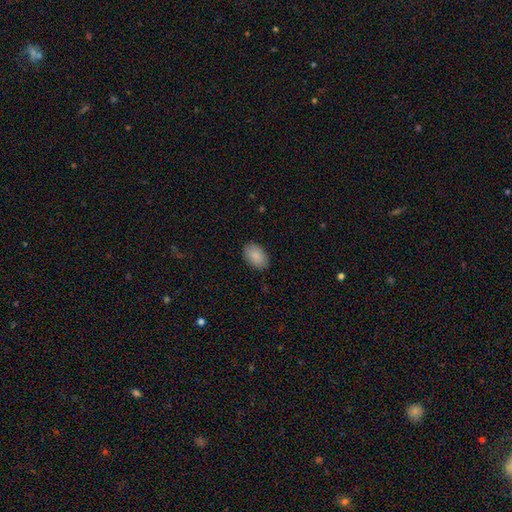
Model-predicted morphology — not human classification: This is clearly a smooth galaxy (87%). How rounded: clearly in between (90%). Merging: clearly none (87%).